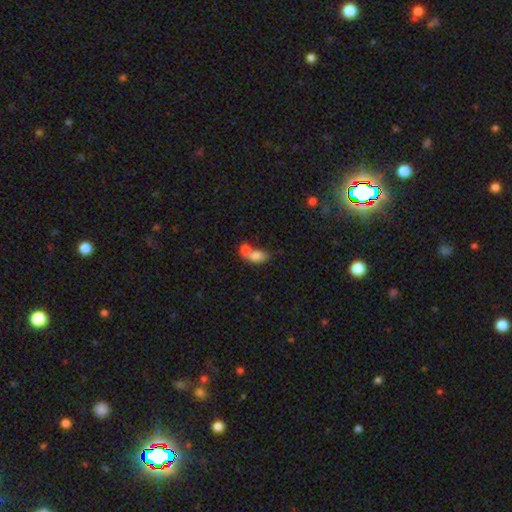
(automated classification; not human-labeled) A smooth galaxy with no disk features (77%) that is in between round and cigar-shaped (80%). Merging: merger (68%).